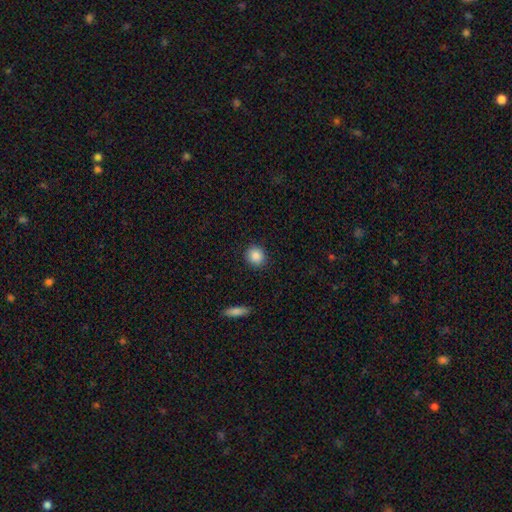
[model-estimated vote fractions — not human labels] Smooth or featured: smooth — 87% (star or artifact — 9%)
How rounded: round — 83% (in between — 16%)
Merging: none — 91% (minor disturbance — 6%)